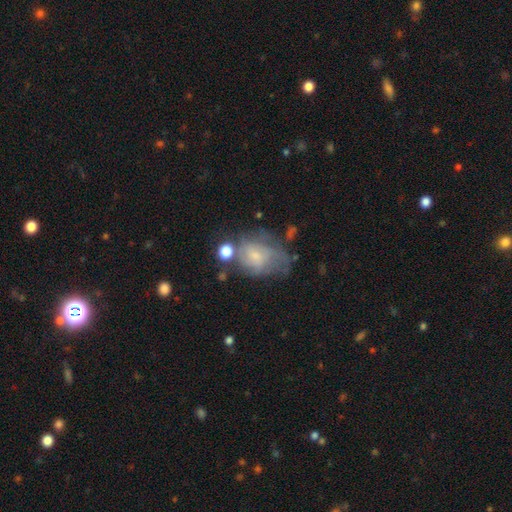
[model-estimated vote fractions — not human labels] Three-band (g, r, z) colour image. It shows a featured or disk galaxy (47%). Merging: none (35%).